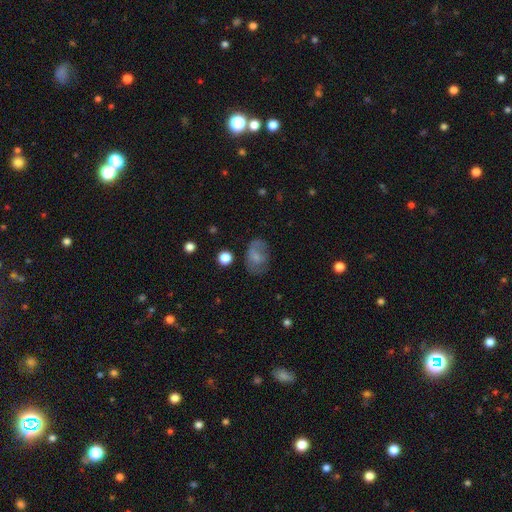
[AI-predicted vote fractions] A smooth galaxy with no disk features (63%) that is in between round and cigar-shaped (81%).

Vote fractions:
- Smooth or featured? smooth: 63% / featured or disk: 26% / star or artifact: 10%
- How rounded? in between: 81% / round: 18% / cigar-shaped: 1%
- Merging? none: 53% / minor disturbance: 27% / major disturbance: 17% / merger: 3%